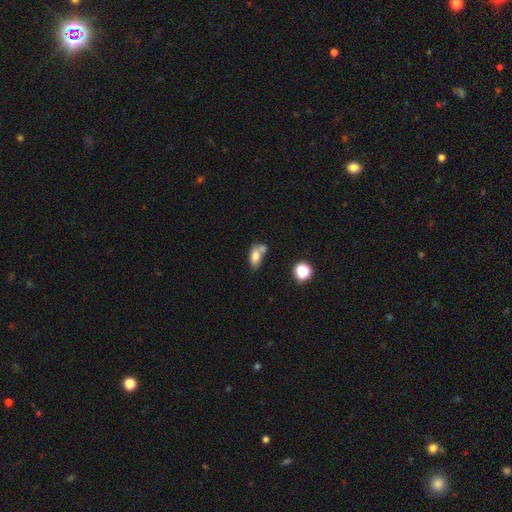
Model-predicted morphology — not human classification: A smooth galaxy with no disk features (76%) that is in between round and cigar-shaped (86%).

Vote fractions:
- Smooth or featured? smooth: 76% / featured or disk: 14% / star or artifact: 10%
- How rounded? in between: 86% / round: 10% / cigar-shaped: 4%
- Merging? merger: 43% / none: 35% / minor disturbance: 15% / major disturbance: 7%